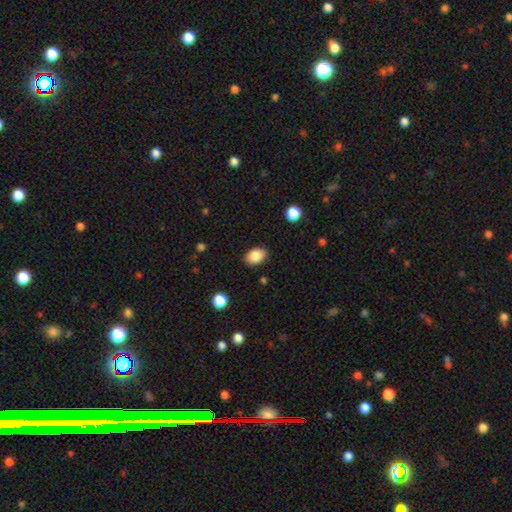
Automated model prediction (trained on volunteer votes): A smooth galaxy with no disk features (87%) that is in between round and cigar-shaped (82%). Merging: none (86%).